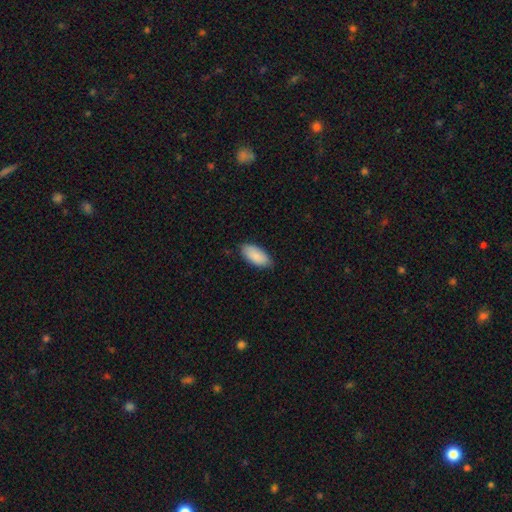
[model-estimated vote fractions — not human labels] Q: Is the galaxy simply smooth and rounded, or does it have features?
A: smooth — 90%.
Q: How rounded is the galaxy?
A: in between — 92%.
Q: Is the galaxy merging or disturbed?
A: none — 84%.